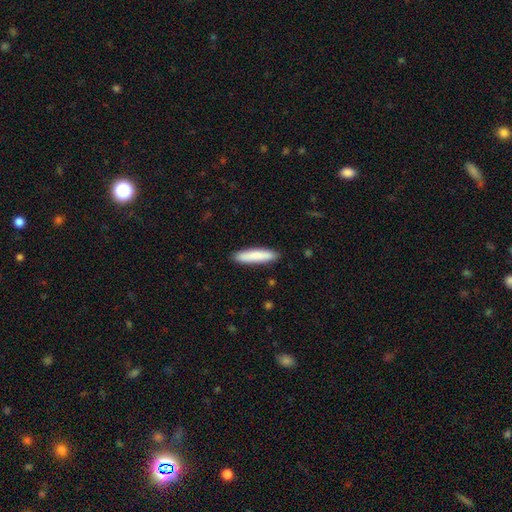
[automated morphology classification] The model was most divided on "how rounded": cigar-shaped: 84%, in between: 15%, round: 1%. More confident: merging — none (90%); smooth or featured — smooth (85%).